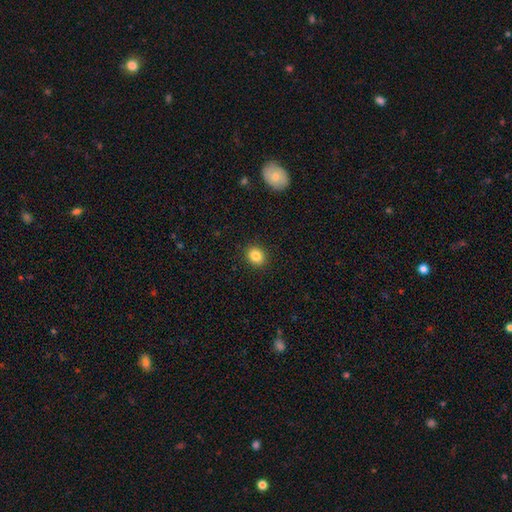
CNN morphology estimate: Smooth or featured: smooth — 85% (star or artifact — 10%)
How rounded: round — 62% (in between — 37%)
Merging: none — 91% (minor disturbance — 6%)